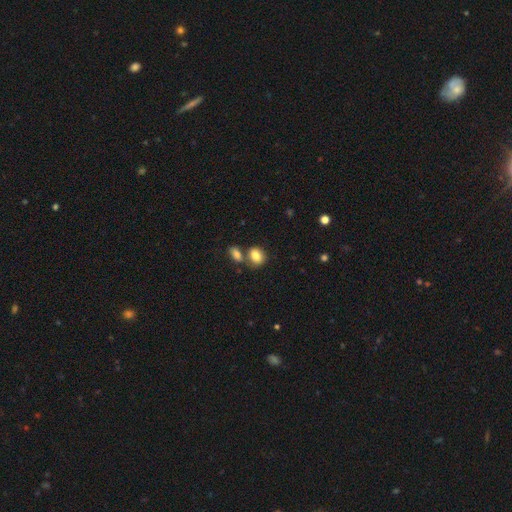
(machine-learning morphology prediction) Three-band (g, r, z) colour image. It shows a smooth galaxy with no disk features (84%) that is in between round and cigar-shaped (60%). Merging: none (52%).